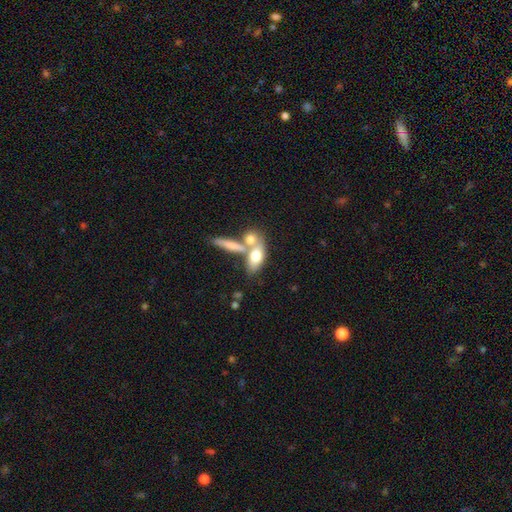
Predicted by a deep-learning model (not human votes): This appears to be a smooth galaxy with no disk features (67%) that is in between round and cigar-shaped (67%). Merging: merger (52%).